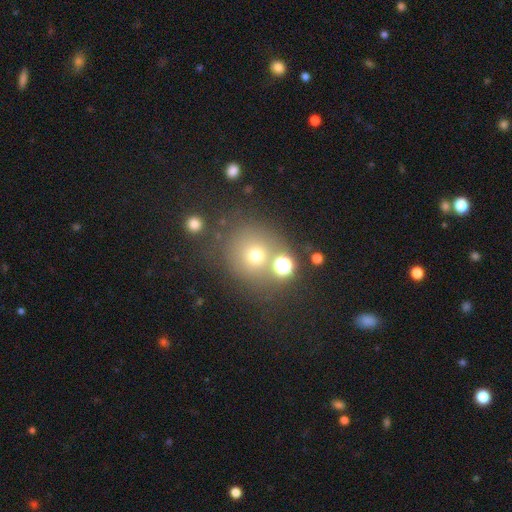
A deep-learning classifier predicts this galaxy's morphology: Overall: smooth (65%). How rounded: round (87%). Merging: none (68%).